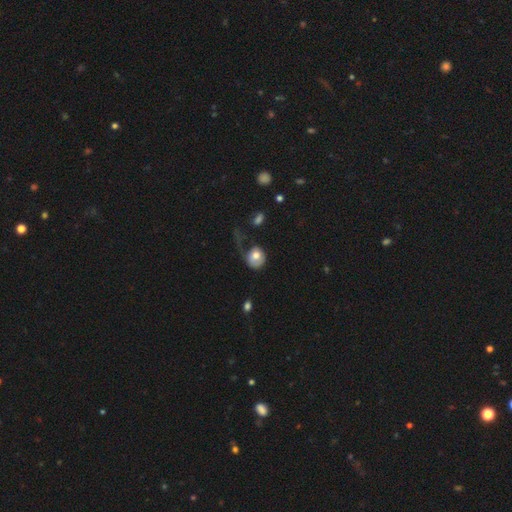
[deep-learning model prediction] This is likely a smooth galaxy (70%). How rounded: likely round (63%). Merging: marginally major disturbance (45%).